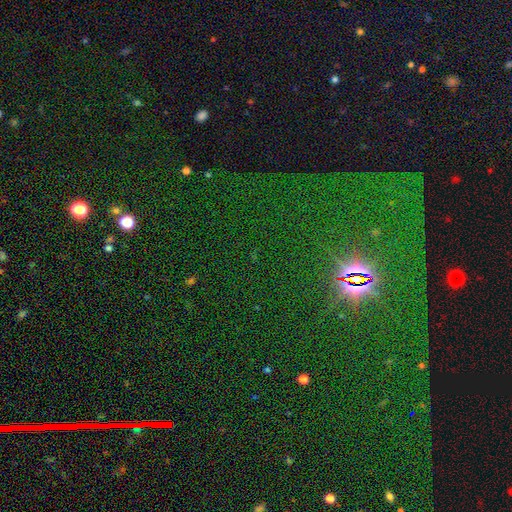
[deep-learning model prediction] Smooth or featured? star or artifact (80%)